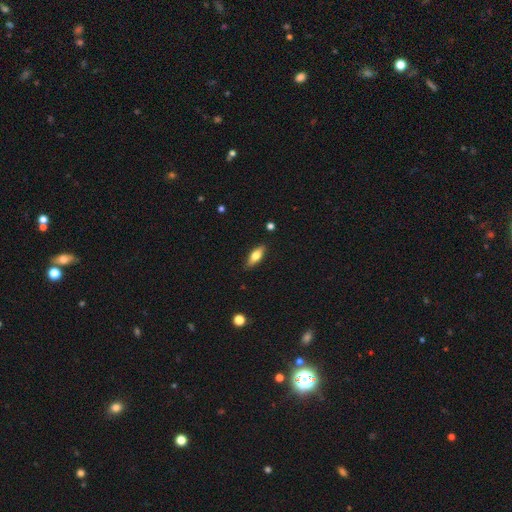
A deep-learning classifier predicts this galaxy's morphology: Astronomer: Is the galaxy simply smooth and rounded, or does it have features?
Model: smooth — 68%.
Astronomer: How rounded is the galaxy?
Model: in between — 68%.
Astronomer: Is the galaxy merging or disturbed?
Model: none — 86%.